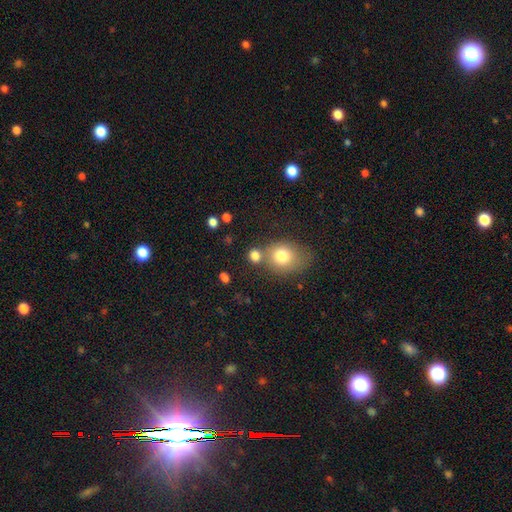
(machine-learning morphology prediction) Overall: smooth (78%). How rounded: round (65%; in between 34%). Merging: none (57%; merger 26%).